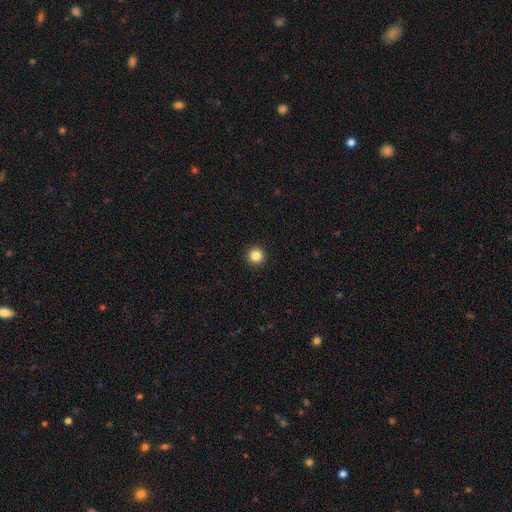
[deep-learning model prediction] Smooth or featured: smooth — 85% (star or artifact — 11%)
How rounded: round — 96% (in between — 3%)
Merging: none — 94% (minor disturbance — 4%)